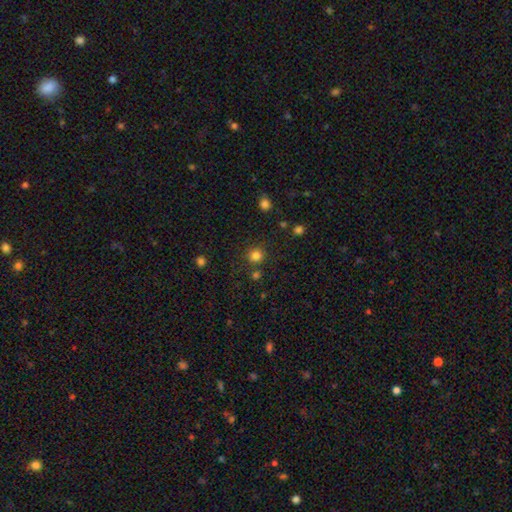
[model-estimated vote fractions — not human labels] Smooth or featured?
  - smooth: 82% *
  - star or artifact: 14%
  - featured or disk: 4%
How rounded?
  - round: 92% *
  - in between: 7%
  - cigar-shaped: 1%
Merging?
  - none: 83% *
  - minor disturbance: 8%
  - merger: 6%
  - major disturbance: 3%